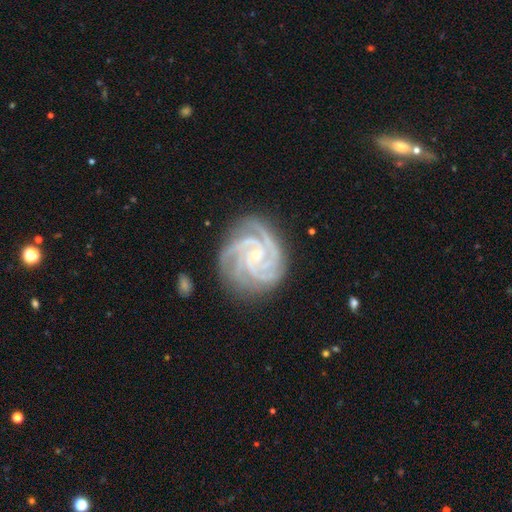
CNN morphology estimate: Smooth or featured: featured or disk — 92% (star or artifact — 5%)
Edge-on disk: no — 98% (yes — 2%)
Bar: no — 70% (weak — 21%)
Spiral arms: yes — 99% (no — 1%)
Spiral winding: tight — 74% (medium — 24%)
Spiral arm count: 4 — 39% (3 — 37%)
Bulge size: small — 76% (moderate — 21%)
Merging: none — 78% (minor disturbance — 16%)